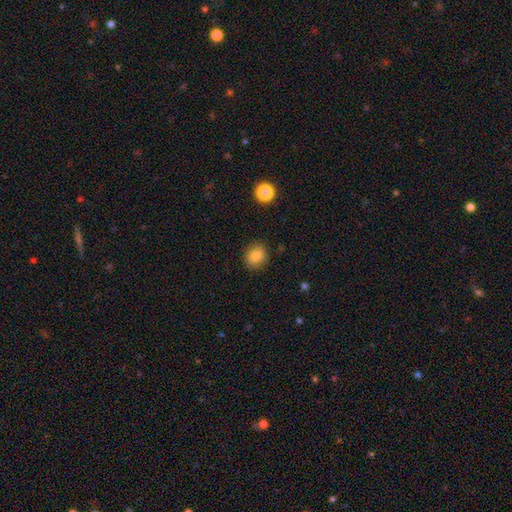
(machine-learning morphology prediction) This is clearly a smooth galaxy (81%). How rounded: likely round (77%). Merging: clearly none (88%).